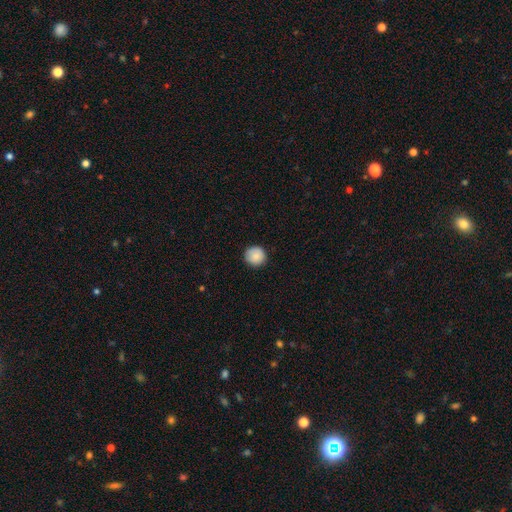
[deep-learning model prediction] smooth 86%, star or artifact 7%, featured or disk 7%. Down the decision tree: how rounded — round (93%); merging — none (89%).